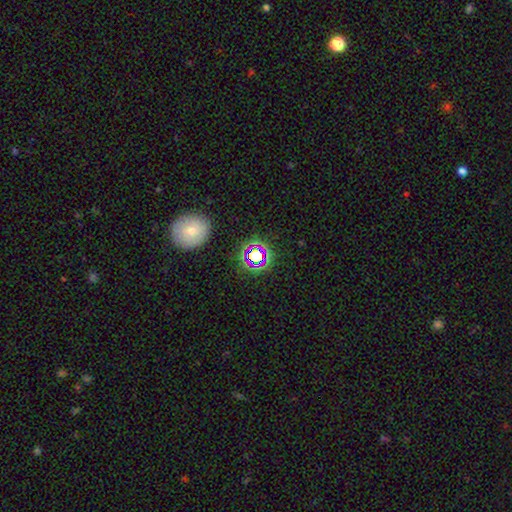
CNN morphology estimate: star or artifact 57%, smooth 30%, featured or disk 12%.